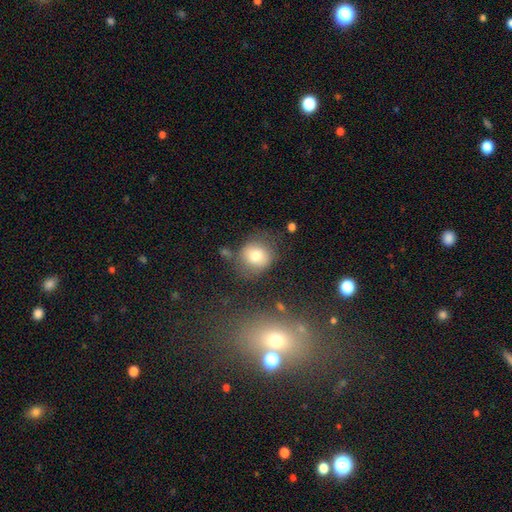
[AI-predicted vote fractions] Overall: smooth (75%). How rounded: round (80%). Merging: none (67%).